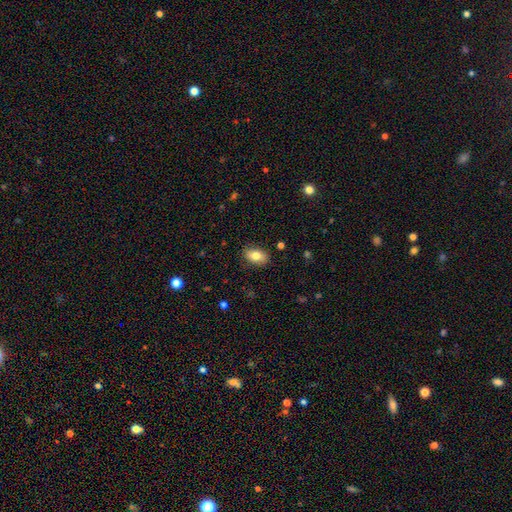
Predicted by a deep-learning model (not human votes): Smooth or featured?
  - smooth: 81% *
  - featured or disk: 12%
  - star or artifact: 8%
How rounded?
  - in between: 89% *
  - round: 9%
  - cigar-shaped: 2%
Merging?
  - none: 87% *
  - minor disturbance: 10%
  - major disturbance: 2%
  - merger: 1%